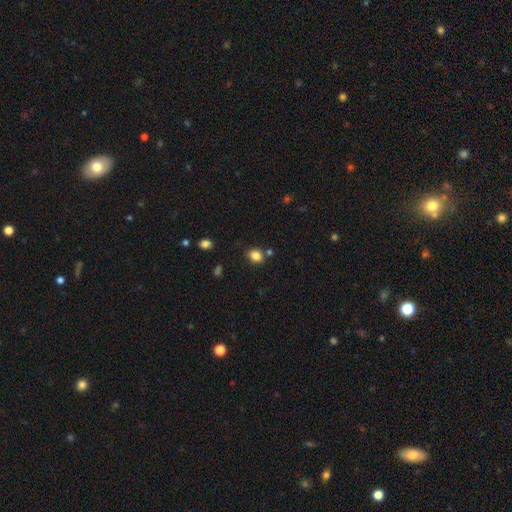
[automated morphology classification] Smooth or featured?
  - smooth: 84% *
  - star or artifact: 11%
  - featured or disk: 5%
How rounded?
  - round: 50% *
  - in between: 49%
  - cigar-shaped: 1%
Merging?
  - none: 77% *
  - minor disturbance: 12%
  - merger: 7%
  - major disturbance: 3%